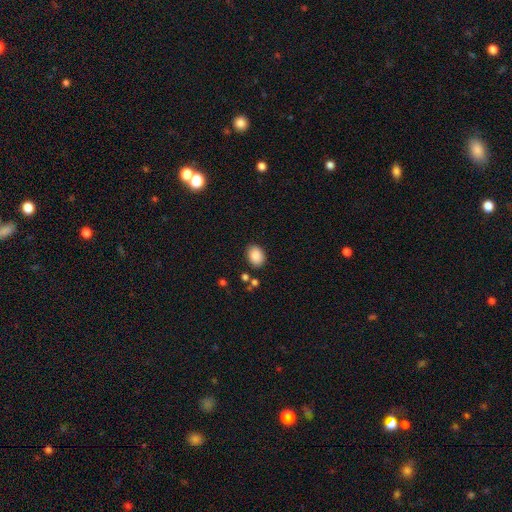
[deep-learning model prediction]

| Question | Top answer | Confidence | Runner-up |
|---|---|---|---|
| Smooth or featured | smooth | 88% | star or artifact (8%) |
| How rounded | in between | 73% | round (26%) |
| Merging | none | 83% | minor disturbance (11%) |